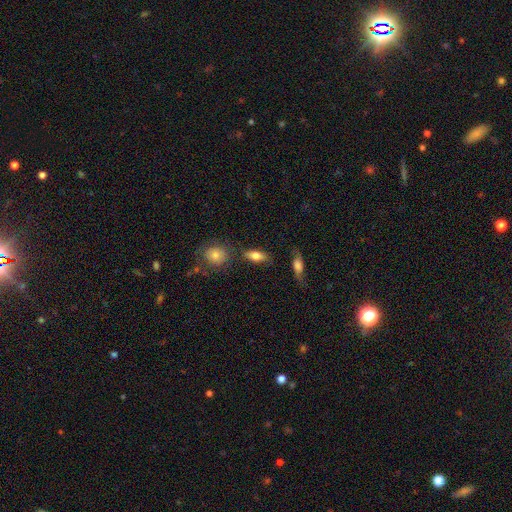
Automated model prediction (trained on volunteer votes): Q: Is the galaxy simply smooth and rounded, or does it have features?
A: smooth — 71%.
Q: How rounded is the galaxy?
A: in between — 76%.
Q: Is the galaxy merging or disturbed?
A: none — 78%.